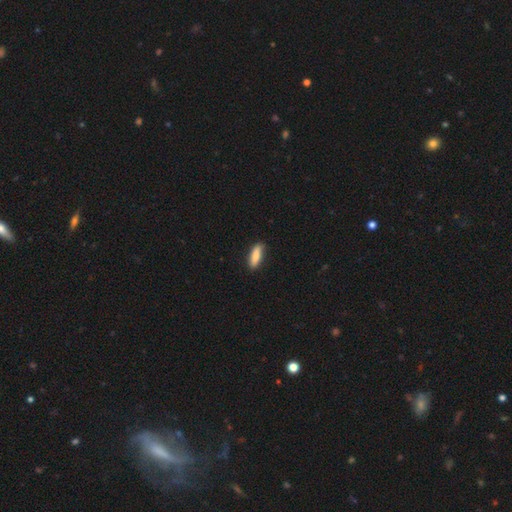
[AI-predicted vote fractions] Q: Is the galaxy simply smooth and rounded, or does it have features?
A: smooth — 84%.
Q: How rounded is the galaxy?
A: cigar-shaped — 50%.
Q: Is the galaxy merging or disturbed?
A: none — 85%.